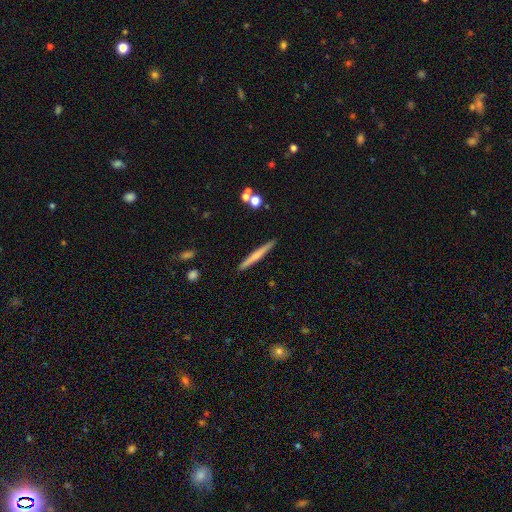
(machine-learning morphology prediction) Smooth or featured? smooth (53%)
How rounded? cigar-shaped (96%)
Merging? none (91%)